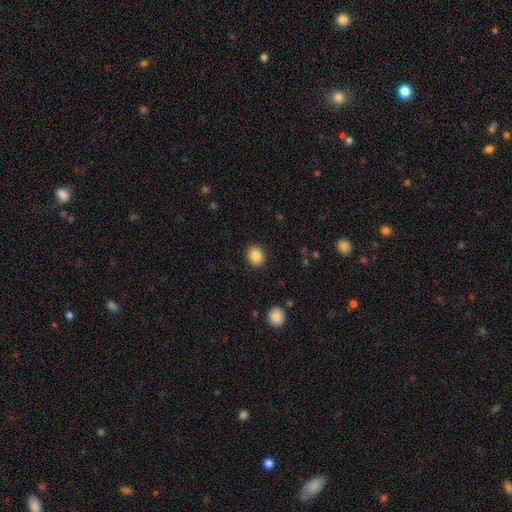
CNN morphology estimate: A smooth galaxy with no disk features (87%) that is round (65%).

Vote fractions:
- Smooth or featured? smooth: 87% / star or artifact: 9% / featured or disk: 4%
- How rounded? round: 65% / in between: 34% / cigar-shaped: 1%
- Merging? none: 90% / minor disturbance: 6% / major disturbance: 2% / merger: 1%